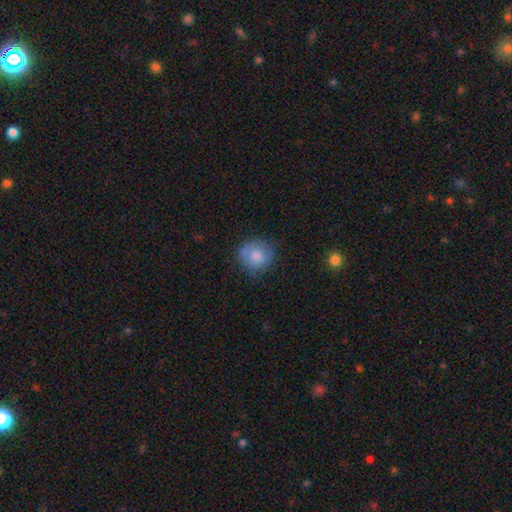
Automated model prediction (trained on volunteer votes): smooth_or_featured: smooth (p=0.73) [alt: featured or disk p=0.19]
how_rounded: round (p=0.87) [alt: in between p=0.12]
merging: none (p=0.65) [alt: minor disturbance p=0.24]